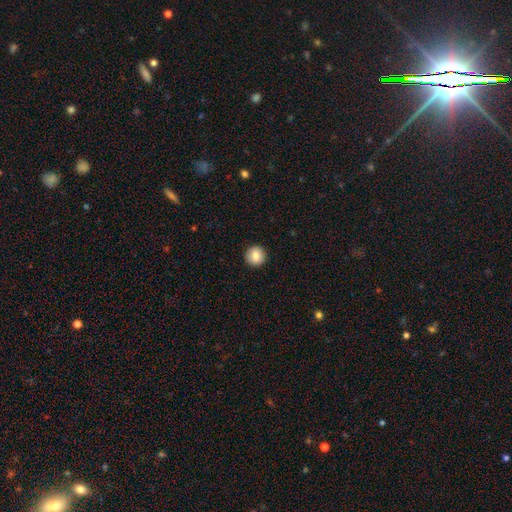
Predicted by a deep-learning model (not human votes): Smooth or featured? Predicted: smooth (p=0.85). How rounded? Predicted: round (p=0.94). Merging? Predicted: none (p=0.91).